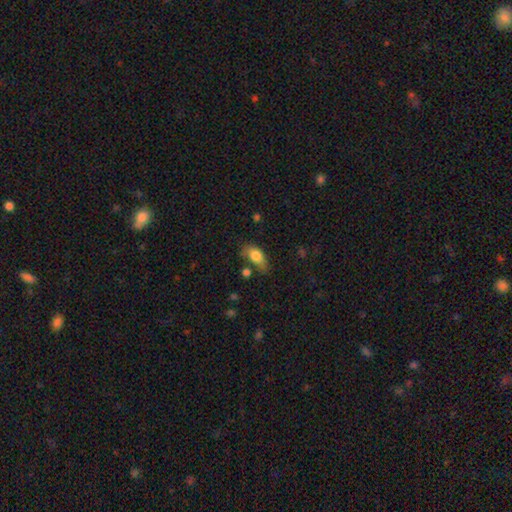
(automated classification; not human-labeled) Overall: smooth (78%). How rounded: in between (85%). Merging: none (49%; minor disturbance 31%).